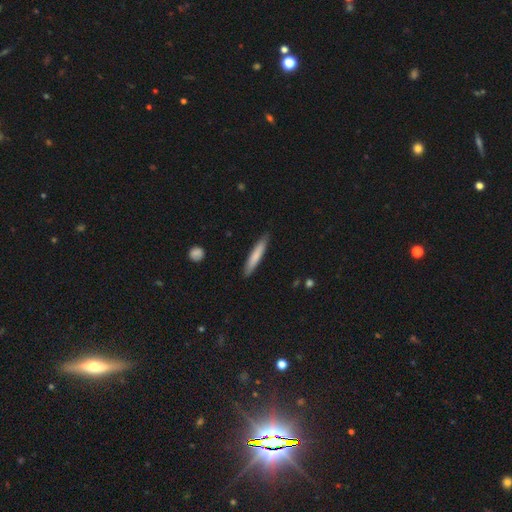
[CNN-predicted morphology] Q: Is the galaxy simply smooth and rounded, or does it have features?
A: smooth — 74%.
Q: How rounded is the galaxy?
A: cigar-shaped — 92%.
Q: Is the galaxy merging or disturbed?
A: none — 87%.